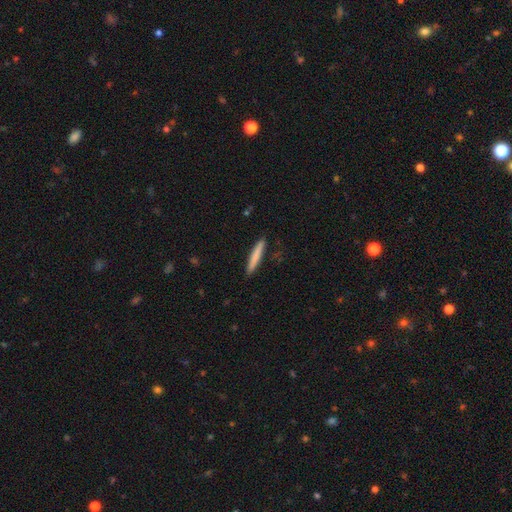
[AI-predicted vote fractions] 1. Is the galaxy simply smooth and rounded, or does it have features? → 76% smooth, 19% featured or disk, 5% star or artifact.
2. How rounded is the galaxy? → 96% cigar-shaped, 3% in between, 1% round.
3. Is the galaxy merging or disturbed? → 90% none, 8% minor disturbance, 1% major disturbance, 1% merger.